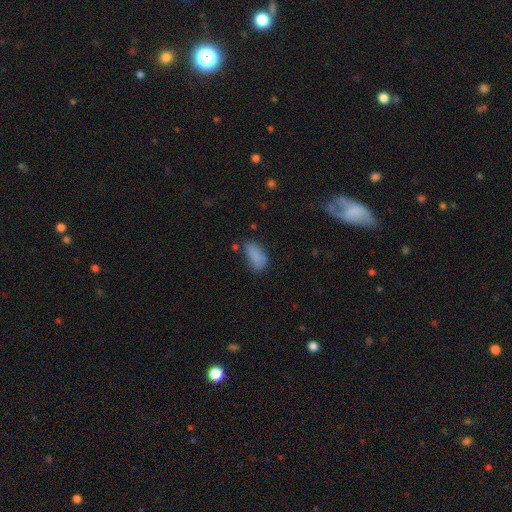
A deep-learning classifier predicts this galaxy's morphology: type=smooth (83%); roundness=in between (89%); merging=none (56%).